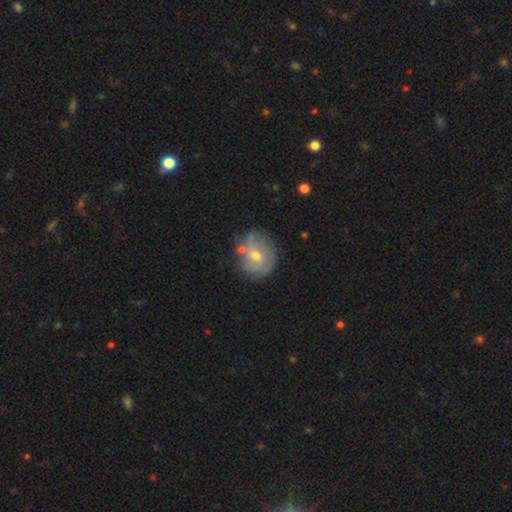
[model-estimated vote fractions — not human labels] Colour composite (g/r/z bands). It shows a featured or disk galaxy (53%) with no bar (60%), spiral arms (58%) and a moderate central bulge (57%). Merging: none (65%).